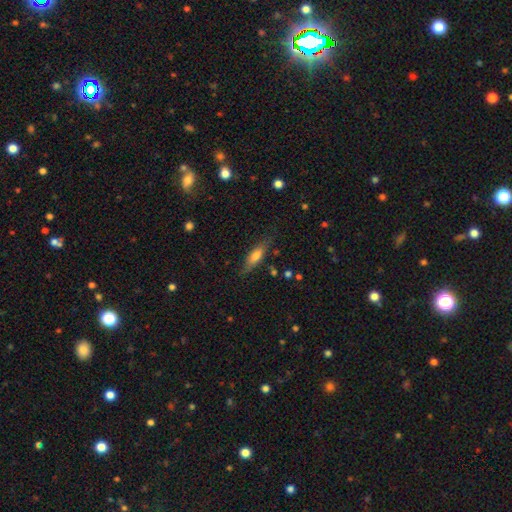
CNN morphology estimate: Smooth or featured: smooth — 62% (featured or disk — 31%)
How rounded: cigar-shaped — 56% (in between — 42%)
Merging: none — 77% (minor disturbance — 17%)